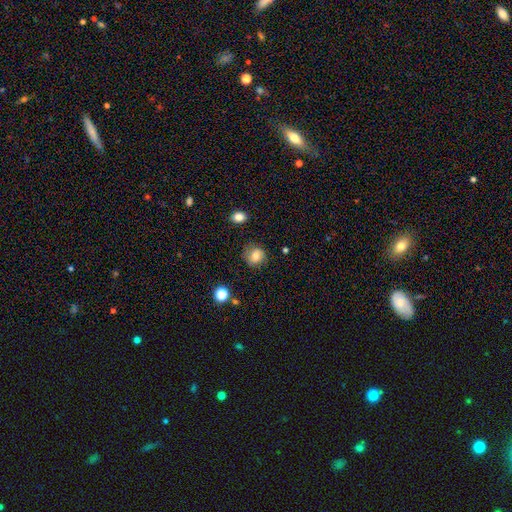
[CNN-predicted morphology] Smooth or featured? smooth (70%)
How rounded? round (78%)
Merging? none (71%)